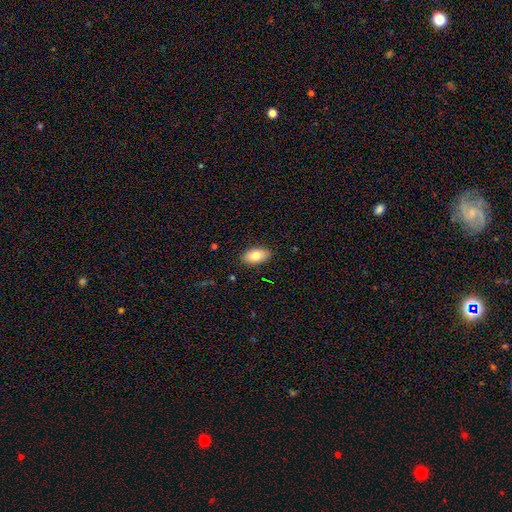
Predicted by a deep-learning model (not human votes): Smooth or featured? Predicted: smooth (p=0.80). How rounded? Predicted: in between (p=0.93). Merging? Predicted: none (p=0.88).